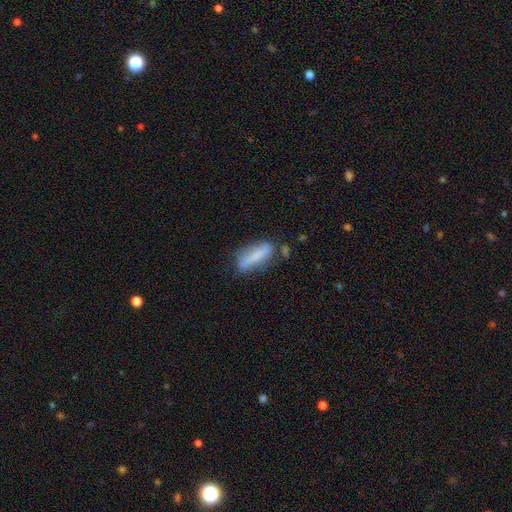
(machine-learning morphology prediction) smooth 66%, featured or disk 26%, star or artifact 8%. Down the decision tree: how rounded — cigar-shaped (52%); merging — none (62%).